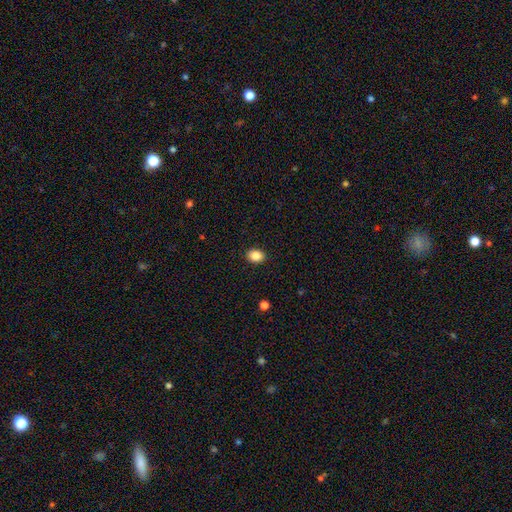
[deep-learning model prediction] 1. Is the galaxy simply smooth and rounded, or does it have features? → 87% smooth, 9% star or artifact, 4% featured or disk.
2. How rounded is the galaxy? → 56% in between, 43% round, 1% cigar-shaped.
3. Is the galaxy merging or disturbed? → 91% none, 7% minor disturbance, 2% major disturbance, 1% merger.